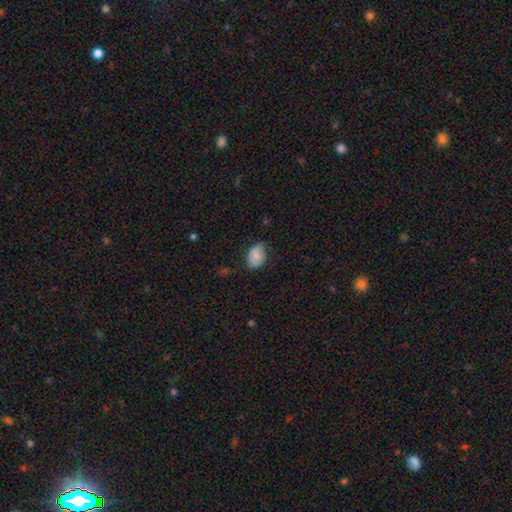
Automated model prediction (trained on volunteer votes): smooth 79%, featured or disk 14%, star or artifact 7%. Down the decision tree: how rounded — in between (87%); merging — none (67%).